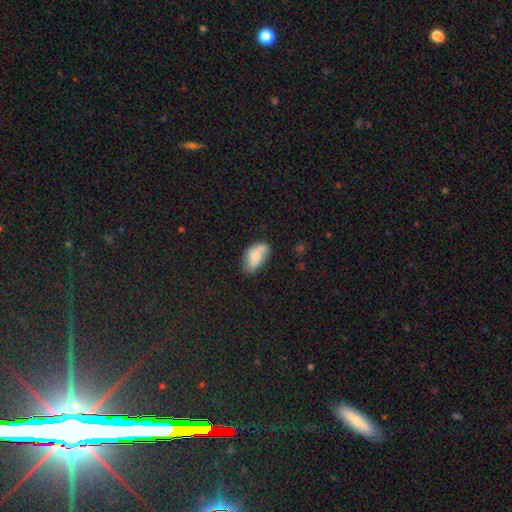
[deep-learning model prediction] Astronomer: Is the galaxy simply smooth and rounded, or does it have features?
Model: smooth — 67%.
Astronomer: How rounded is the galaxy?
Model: in between — 92%.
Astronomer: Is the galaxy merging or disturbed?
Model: none — 57%.